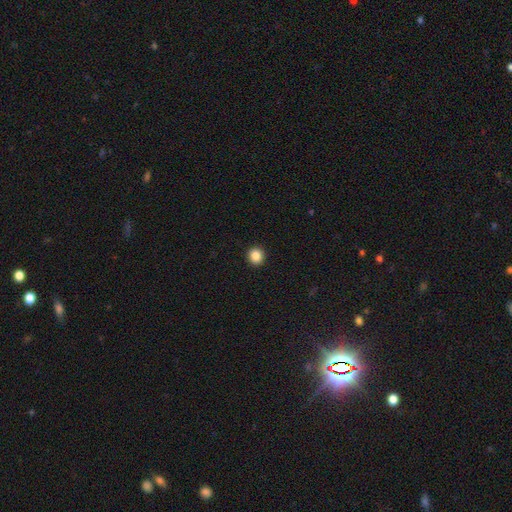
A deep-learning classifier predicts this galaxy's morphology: Overall: smooth (87%). How rounded: round (91%). Merging: none (93%).